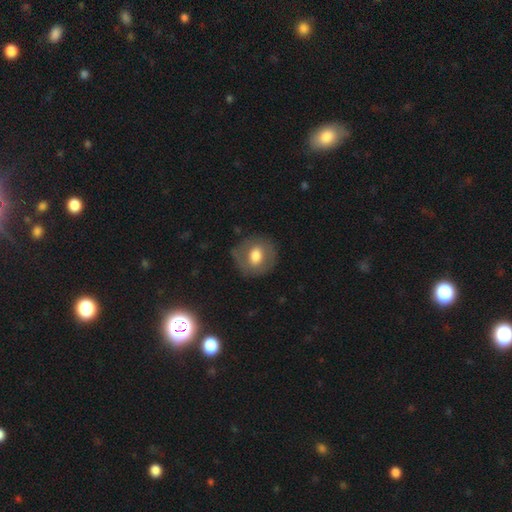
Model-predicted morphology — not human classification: Smooth or featured: smooth — 61% (featured or disk — 31%)
How rounded: round — 72% (in between — 26%)
Merging: none — 79% (minor disturbance — 14%)